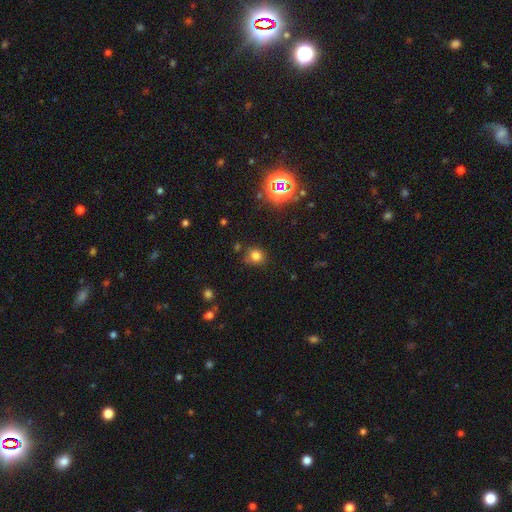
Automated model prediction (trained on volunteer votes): Morphology: type=smooth (76%); roundness=round (80%); merging=none (76%).